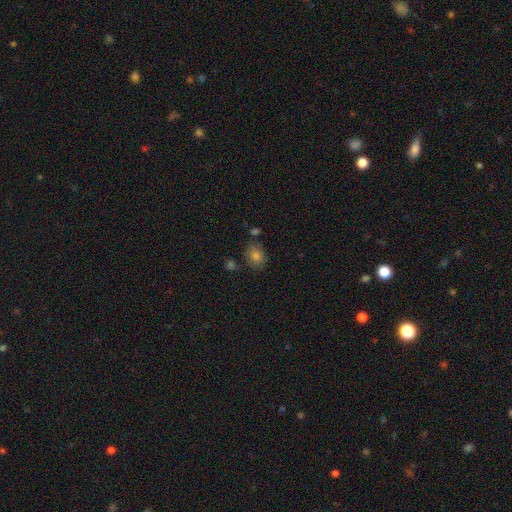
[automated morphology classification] The model was most divided on "how rounded": round: 50%, in between: 49%, cigar-shaped: 1%. More confident: smooth or featured — smooth (78%); merging — none (73%).